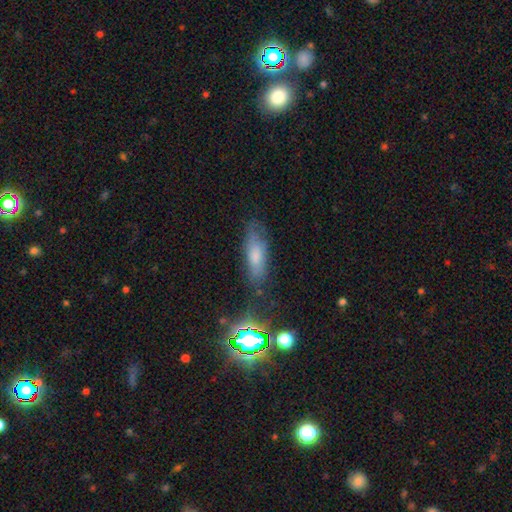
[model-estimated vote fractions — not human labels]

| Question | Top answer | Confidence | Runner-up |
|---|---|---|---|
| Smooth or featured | smooth | 67% | featured or disk (19%) |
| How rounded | in between | 58% | cigar-shaped (39%) |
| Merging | none | 70% | minor disturbance (20%) |